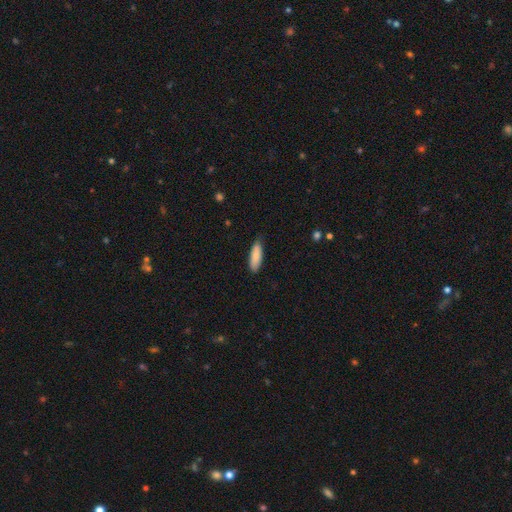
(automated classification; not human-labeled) Overall: smooth (86%). How rounded: in between (54%; cigar-shaped 44%). Merging: none (76%).